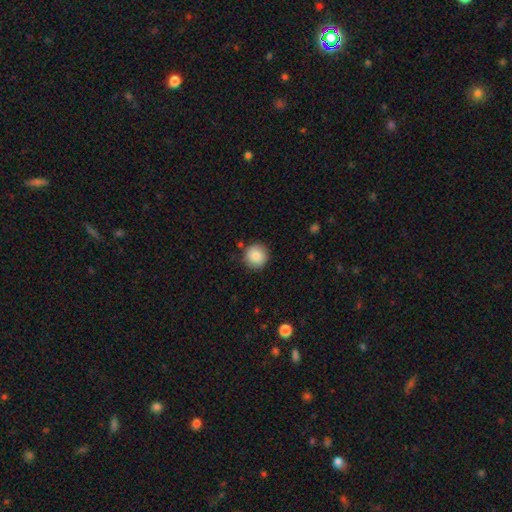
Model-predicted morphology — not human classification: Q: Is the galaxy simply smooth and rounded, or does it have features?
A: smooth — 87%.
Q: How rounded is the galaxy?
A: round — 94%.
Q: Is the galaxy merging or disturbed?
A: none — 88%.